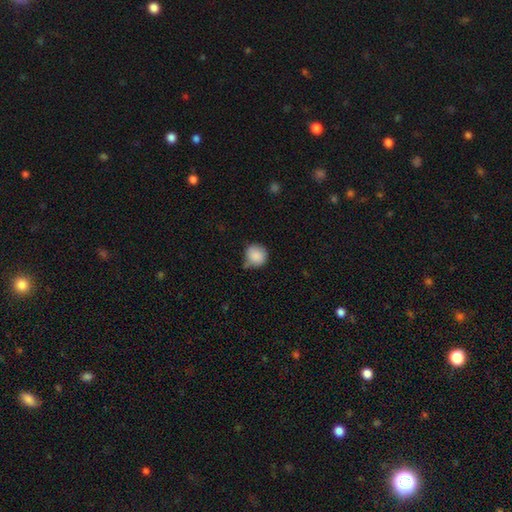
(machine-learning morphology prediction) This appears to be a smooth galaxy with no disk features (87%) that is round (88%). Merging: none (59%).